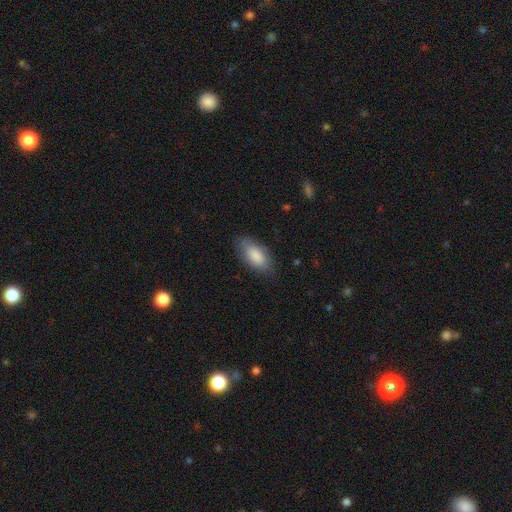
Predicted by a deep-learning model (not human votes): Morphology: type=smooth (84%); roundness=in between (91%); merging=none (78%).